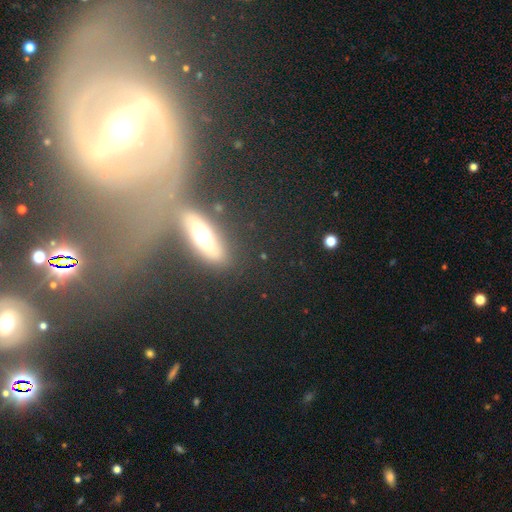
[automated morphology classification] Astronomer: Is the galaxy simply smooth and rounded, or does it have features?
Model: featured or disk — 53% (runner-up: smooth, 32%).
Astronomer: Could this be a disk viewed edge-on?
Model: no — 51% (runner-up: yes, 49%).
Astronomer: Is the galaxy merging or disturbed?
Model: none — 54%.